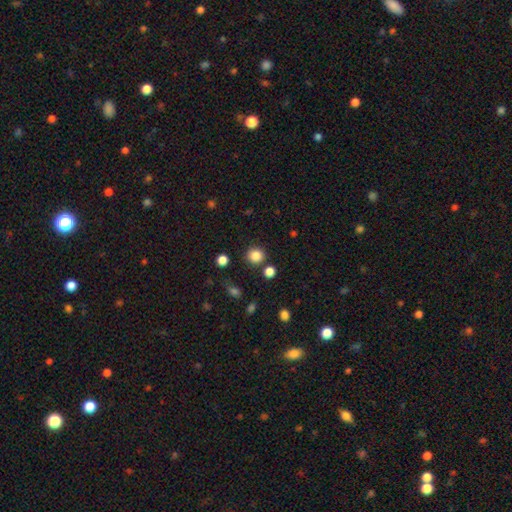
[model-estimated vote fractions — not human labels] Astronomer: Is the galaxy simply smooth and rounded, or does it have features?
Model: smooth — 85%.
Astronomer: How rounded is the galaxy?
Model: round — 91%.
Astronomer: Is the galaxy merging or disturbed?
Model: none — 84%.